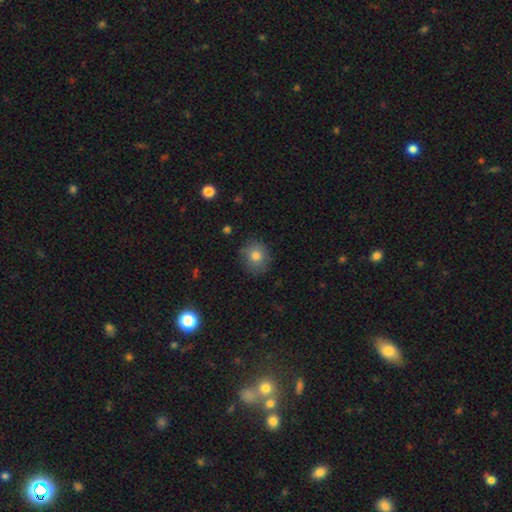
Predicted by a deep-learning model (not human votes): This is likely a smooth galaxy (80%). How rounded: likely round (80%). Merging: likely none (79%).